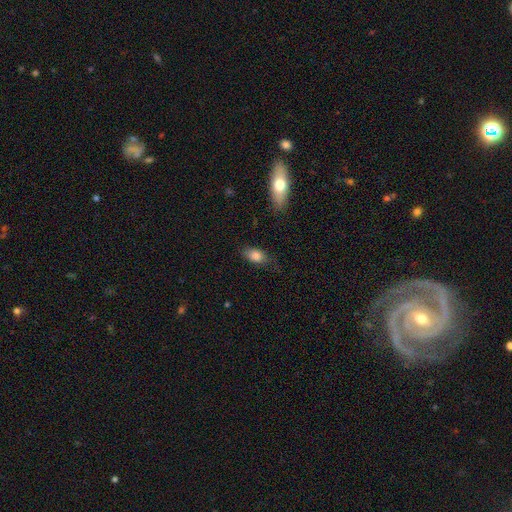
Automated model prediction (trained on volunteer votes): This is clearly a smooth galaxy (83%). How rounded: clearly in between (86%). Merging: likely none (72%).